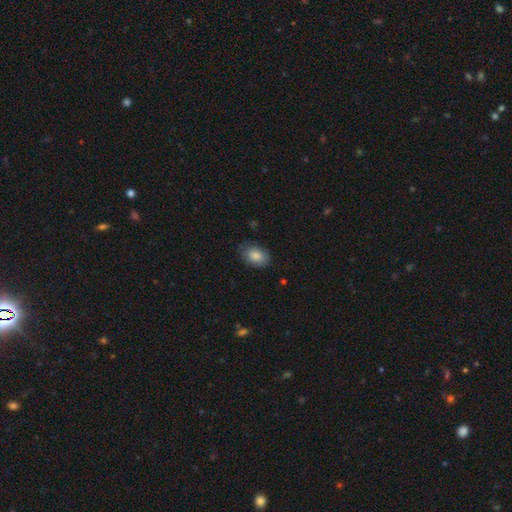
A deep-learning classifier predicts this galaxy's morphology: smooth 86%, featured or disk 7%, star or artifact 7%. Down the decision tree: how rounded — in between (81%); merging — none (78%).